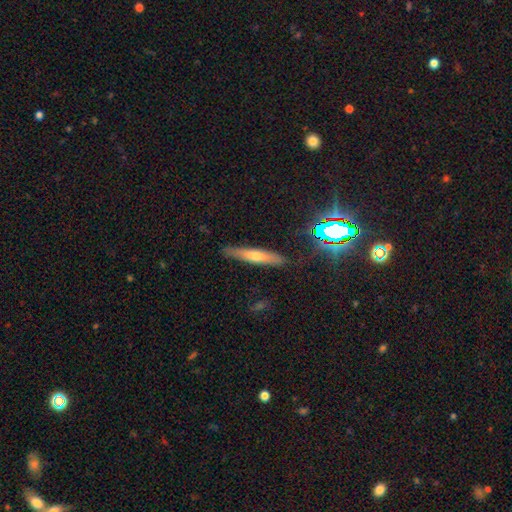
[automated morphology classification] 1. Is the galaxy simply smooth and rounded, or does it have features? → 43% featured or disk, 40% smooth, 18% star or artifact.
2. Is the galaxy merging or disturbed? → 87% none, 10% minor disturbance, 2% major disturbance, 2% merger.